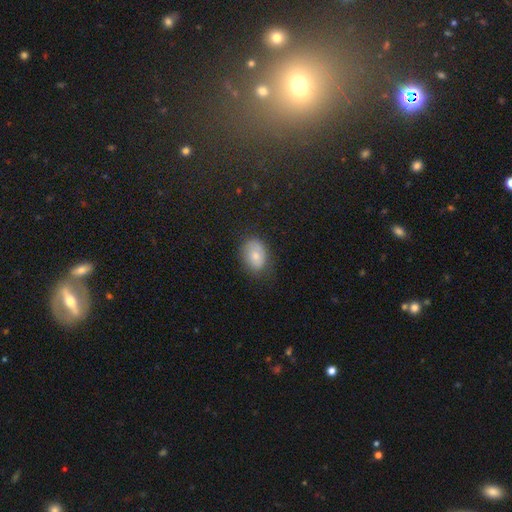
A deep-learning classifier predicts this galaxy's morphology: type=smooth (75%); roundness=in between (83%); merging=none (71%).